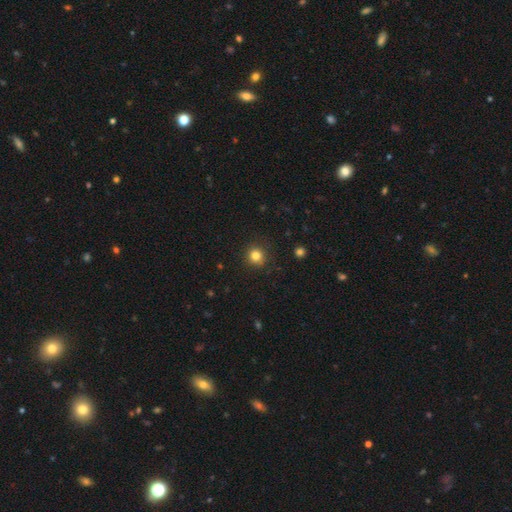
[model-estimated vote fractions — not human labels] This is clearly a smooth galaxy (83%). How rounded: clearly round (90%). Merging: clearly none (90%).